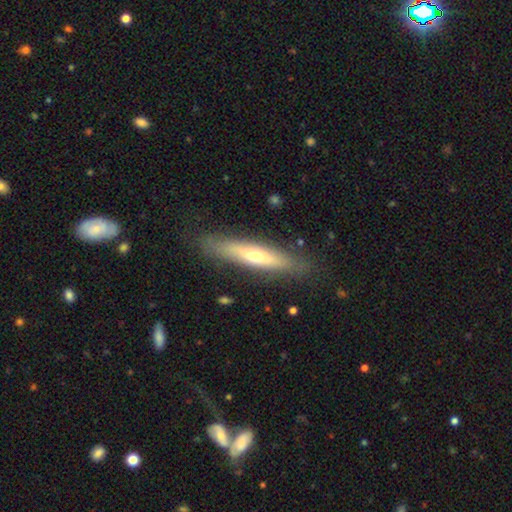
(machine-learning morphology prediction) Smooth or featured? featured or disk (54%)
Edge-on disk? yes (82%)
Merging? none (84%)